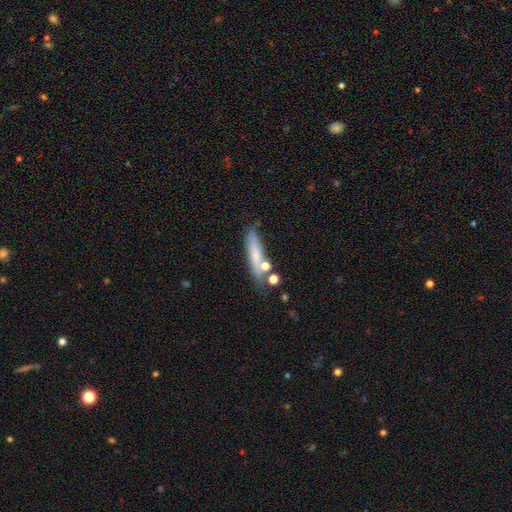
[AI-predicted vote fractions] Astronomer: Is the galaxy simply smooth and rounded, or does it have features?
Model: smooth — 64%.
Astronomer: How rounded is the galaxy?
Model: cigar-shaped — 77%.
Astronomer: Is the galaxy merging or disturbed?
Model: none — 62%.